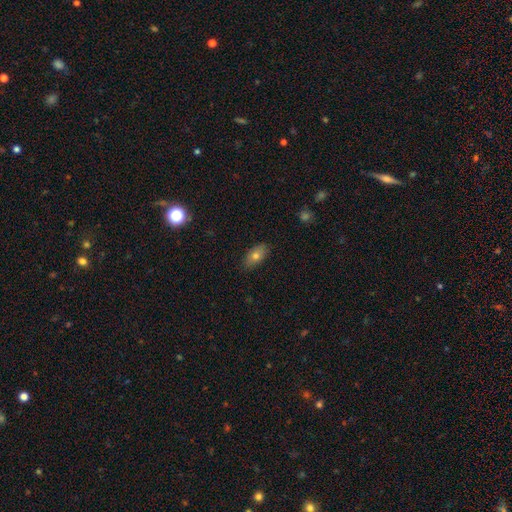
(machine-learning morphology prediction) smooth 74%, featured or disk 17%, star or artifact 9%. Down the decision tree: how rounded — in between (88%); merging — none (85%).